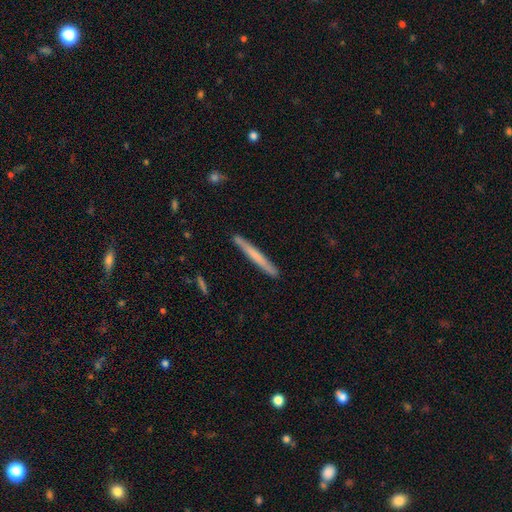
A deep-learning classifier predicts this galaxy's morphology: The model was most divided on "smooth or featured": smooth: 59%, featured or disk: 35%, star or artifact: 6%. More confident: how rounded — cigar-shaped (97%); merging — none (90%).